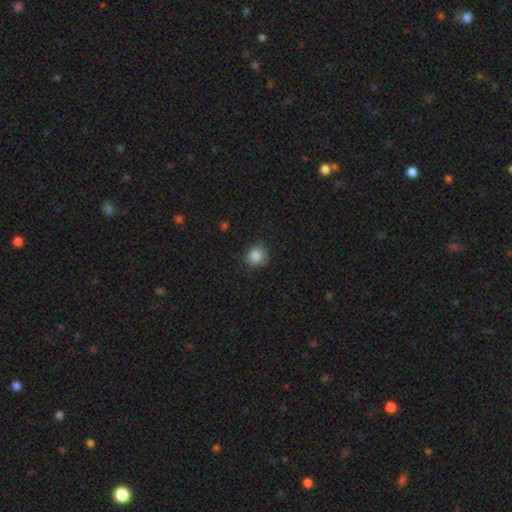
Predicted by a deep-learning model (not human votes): Smooth or featured: smooth — 86% (star or artifact — 10%)
How rounded: round — 88% (in between — 11%)
Merging: none — 85% (minor disturbance — 11%)